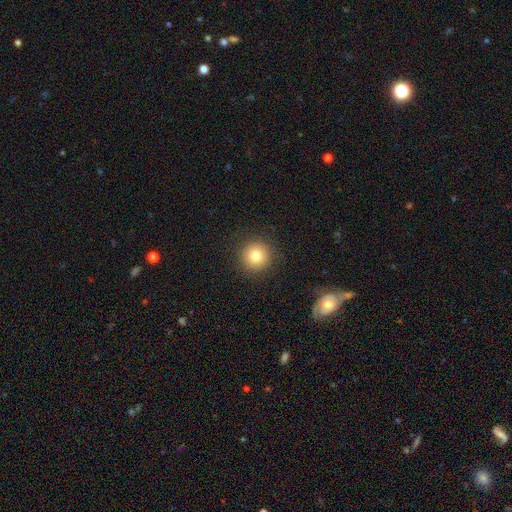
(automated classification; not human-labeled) This appears to be a smooth galaxy with no disk features (80%) that is round (95%). Merging: none (91%).